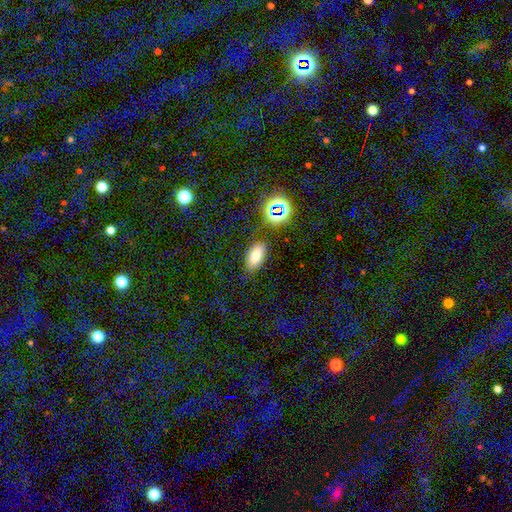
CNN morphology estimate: Smooth or featured? smooth (73%)
How rounded? in between (87%)
Merging? none (77%)